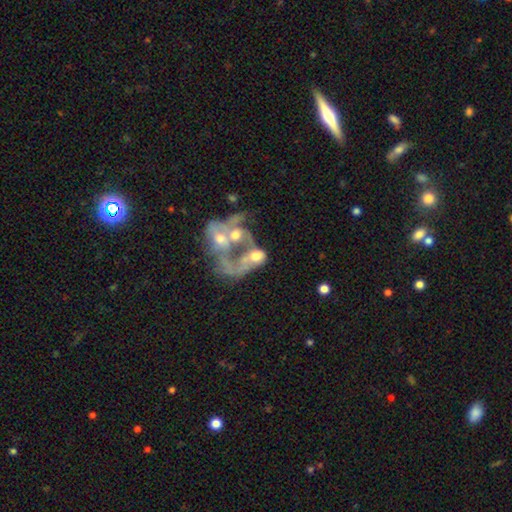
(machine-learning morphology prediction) featured or disk 59%, smooth 29%, star or artifact 12%. Down the decision tree: edge-on disk — no (97%); bar — no (84%); spiral arms — no (69%); bulge size — moderate (47%); merging — merger (73%).